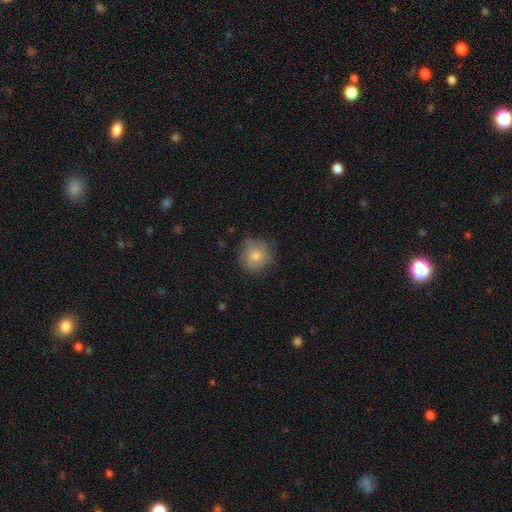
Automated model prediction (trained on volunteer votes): smooth_or_featured: smooth (p=0.75) [alt: featured or disk p=0.16]
how_rounded: round (p=0.87) [alt: in between p=0.12]
merging: none (p=0.70) [alt: minor disturbance p=0.22]